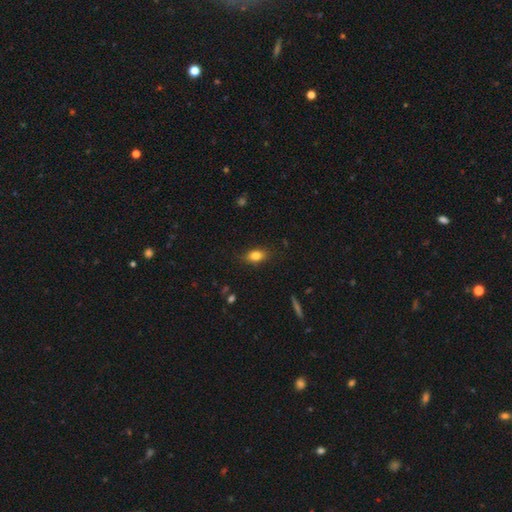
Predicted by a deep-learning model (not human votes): smooth_or_featured: smooth (p=0.82) [alt: featured or disk p=0.09]
how_rounded: in between (p=0.81) [alt: round p=0.13]
merging: none (p=0.82) [alt: minor disturbance p=0.14]